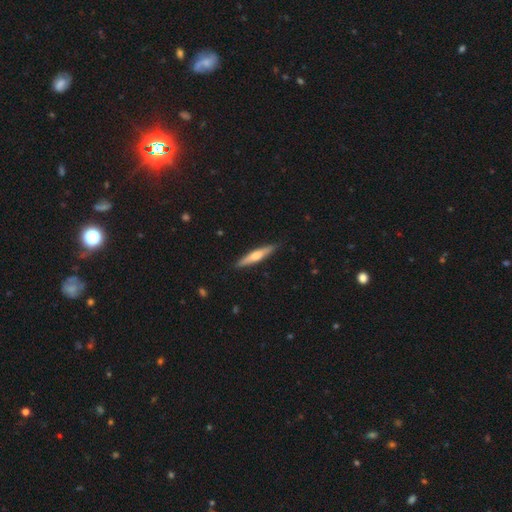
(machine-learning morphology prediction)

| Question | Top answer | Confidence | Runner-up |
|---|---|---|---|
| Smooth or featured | smooth | 48% | featured or disk (47%) |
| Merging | none | 88% | minor disturbance (9%) |